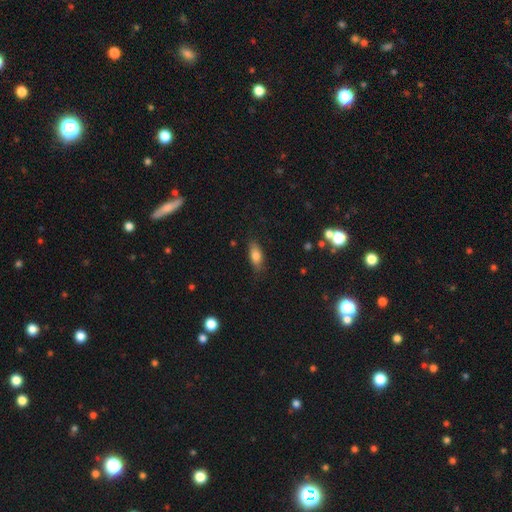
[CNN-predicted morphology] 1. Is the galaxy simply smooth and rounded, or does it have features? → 77% smooth, 14% featured or disk, 9% star or artifact.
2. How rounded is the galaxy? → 77% in between, 19% cigar-shaped, 4% round.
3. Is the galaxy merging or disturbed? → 80% none, 15% minor disturbance, 4% major disturbance, 1% merger.